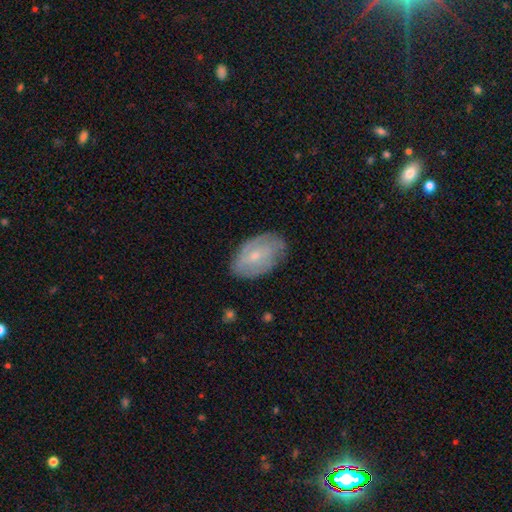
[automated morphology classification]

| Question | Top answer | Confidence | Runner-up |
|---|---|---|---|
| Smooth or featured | featured or disk | 53% | smooth (40%) |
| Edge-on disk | no | 94% | yes (6%) |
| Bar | no | 53% | weak (39%) |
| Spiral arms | yes | 73% | no (27%) |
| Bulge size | small | 60% | moderate (34%) |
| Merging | none | 73% | minor disturbance (21%) |